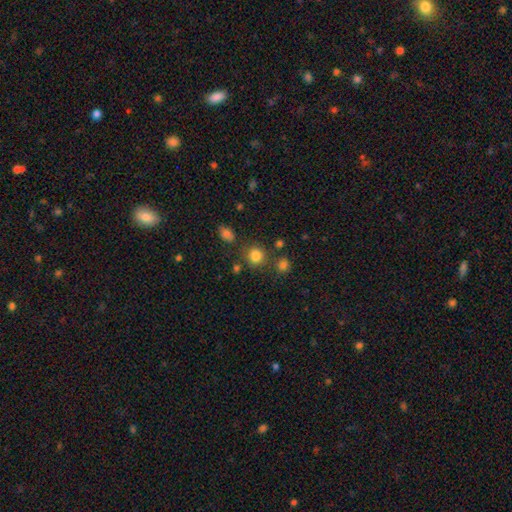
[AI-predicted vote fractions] smooth_or_featured: smooth (p=0.82) [alt: star or artifact p=0.13]
how_rounded: round (p=0.86) [alt: in between p=0.13]
merging: none (p=0.79) [alt: minor disturbance p=0.10]